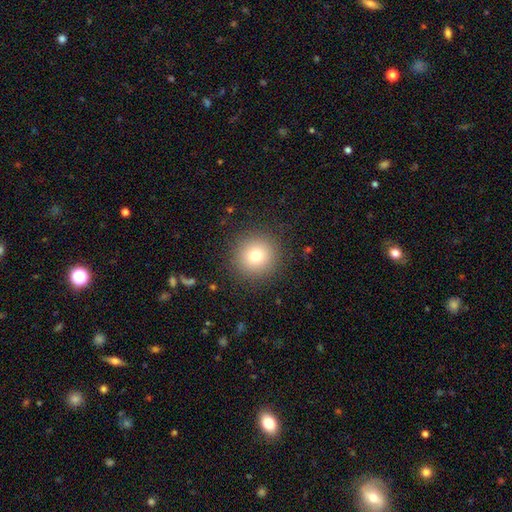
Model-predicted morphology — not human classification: Q: Smooth or featured?
A: smooth (76%); runner-up: star or artifact (14%)
Q: How rounded?
A: round (95%); runner-up: in between (4%)
Q: Merging?
A: none (90%); runner-up: minor disturbance (6%)